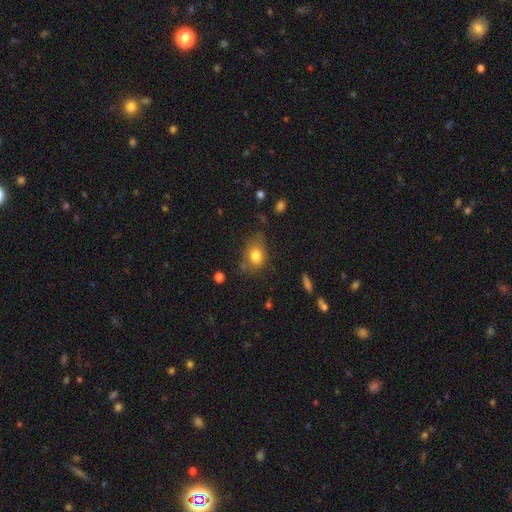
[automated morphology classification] This appears to be a smooth galaxy with no disk features (80%) that is in between round and cigar-shaped (59%). Merging: none (61%).